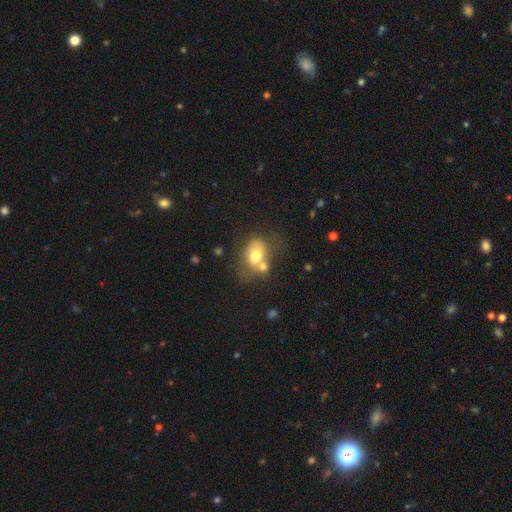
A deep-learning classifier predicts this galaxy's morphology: smooth_or_featured: smooth (p=0.69) [alt: featured or disk p=0.21]
how_rounded: in between (p=0.55) [alt: round p=0.44]
merging: merger (p=0.41) [alt: none p=0.34]